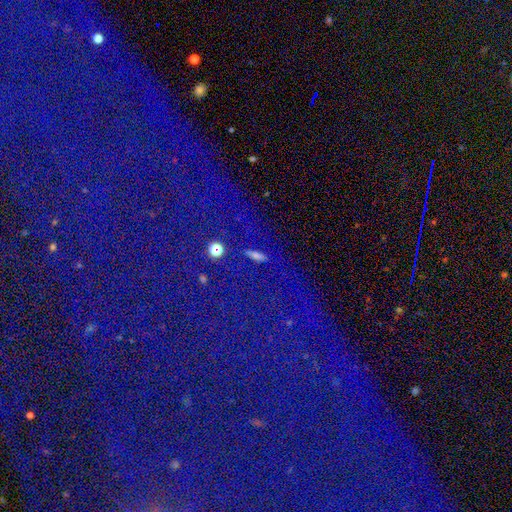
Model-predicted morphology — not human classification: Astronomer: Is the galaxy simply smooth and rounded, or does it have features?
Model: star or artifact — 82%.